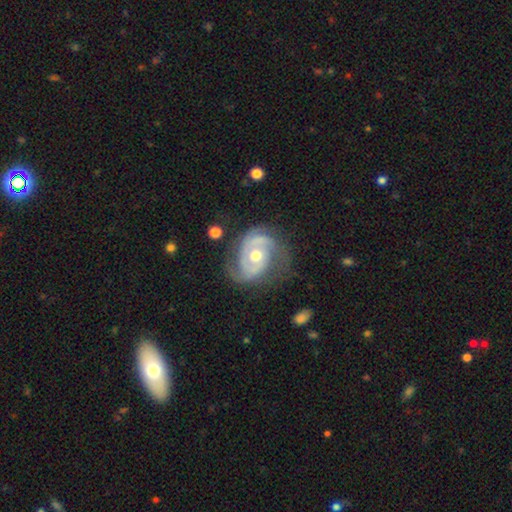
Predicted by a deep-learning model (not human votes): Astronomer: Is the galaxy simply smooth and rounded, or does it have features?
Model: featured or disk — 88%.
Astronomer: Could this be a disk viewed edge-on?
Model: no — 97%.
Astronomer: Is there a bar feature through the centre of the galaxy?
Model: no — 70%.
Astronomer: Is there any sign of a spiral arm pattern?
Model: yes — 95%.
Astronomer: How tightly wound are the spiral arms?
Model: tight — 49% (runner-up: medium, 39%).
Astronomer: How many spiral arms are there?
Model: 2 — 64%.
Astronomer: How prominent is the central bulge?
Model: moderate — 78%.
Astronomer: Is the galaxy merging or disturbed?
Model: none — 64%.